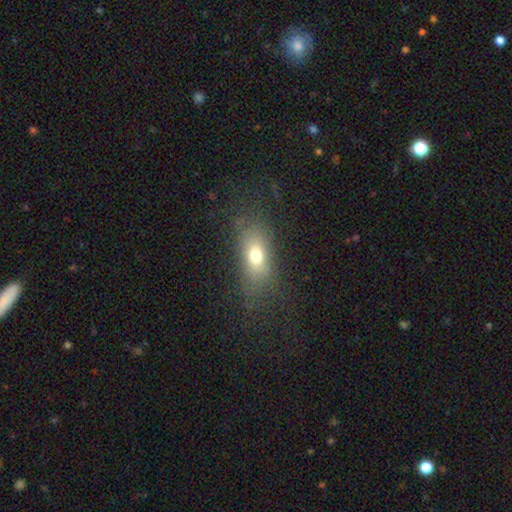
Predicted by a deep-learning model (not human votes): Smooth or featured? smooth (69%)
How rounded? in between (76%)
Merging? none (73%)